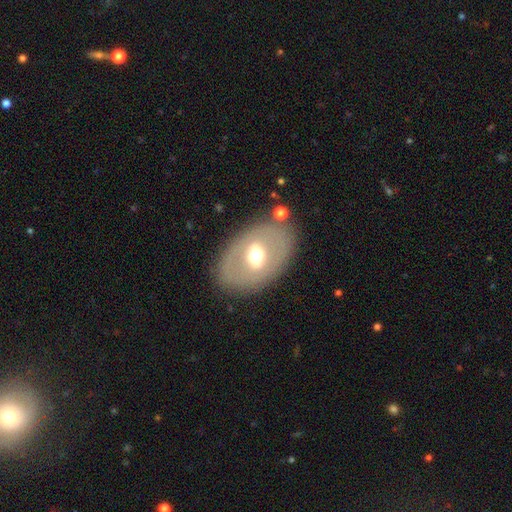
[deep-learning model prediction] This appears to be a featured or disk galaxy (50%). Merging: none (81%).